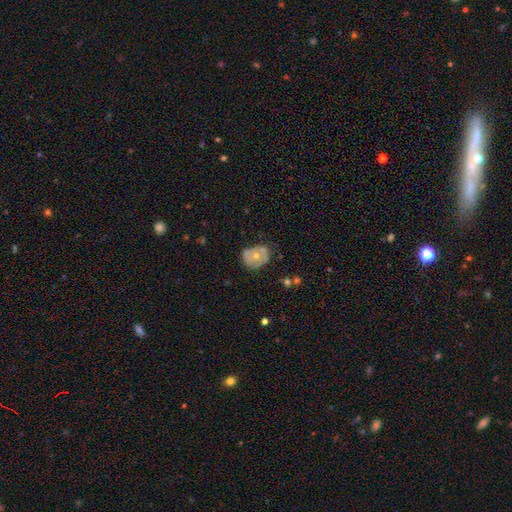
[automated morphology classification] Smooth or featured: featured or disk — 51% (smooth — 42%)
Edge-on disk: no — 96% (yes — 4%)
Merging: none — 52% (minor disturbance — 33%)